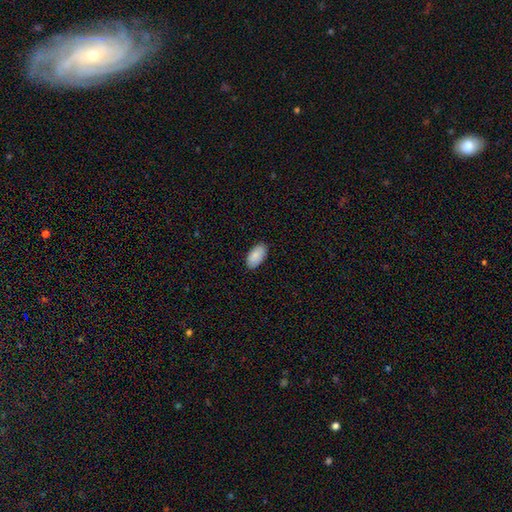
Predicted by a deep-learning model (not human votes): A smooth galaxy with no disk features (88%) that is in between round and cigar-shaped (96%). Merging: none (87%).